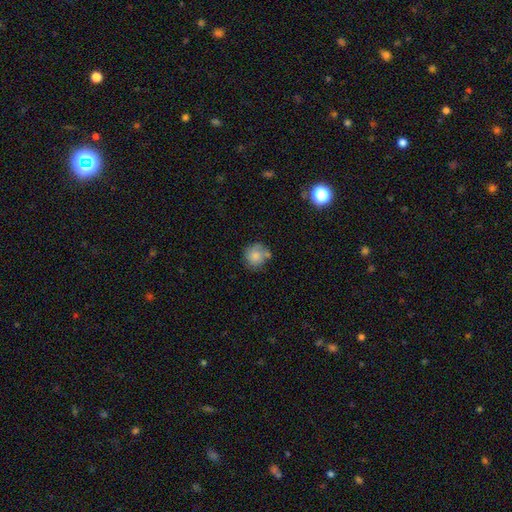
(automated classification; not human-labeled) Q: Smooth or featured?
A: smooth (74%); runner-up: featured or disk (17%)
Q: How rounded?
A: round (87%); runner-up: in between (12%)
Q: Merging?
A: none (58%); runner-up: minor disturbance (22%)